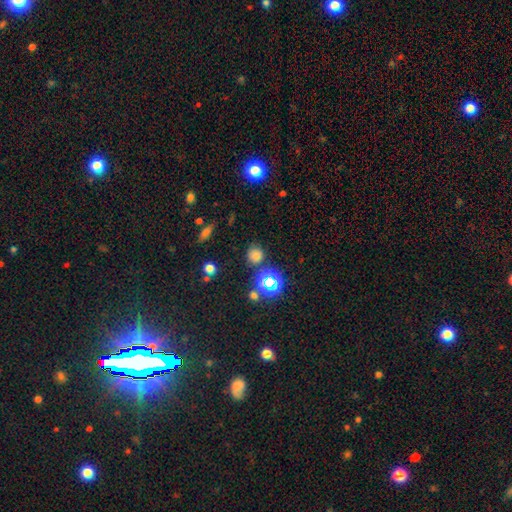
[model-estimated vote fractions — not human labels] Smooth or featured? smooth (63%)
How rounded? round (87%)
Merging? none (78%)